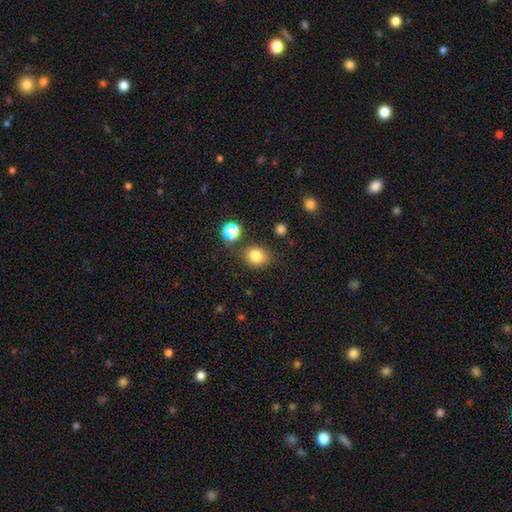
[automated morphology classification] Smooth or featured: smooth — 82% (star or artifact — 12%)
How rounded: round — 62% (in between — 37%)
Merging: none — 78% (minor disturbance — 13%)